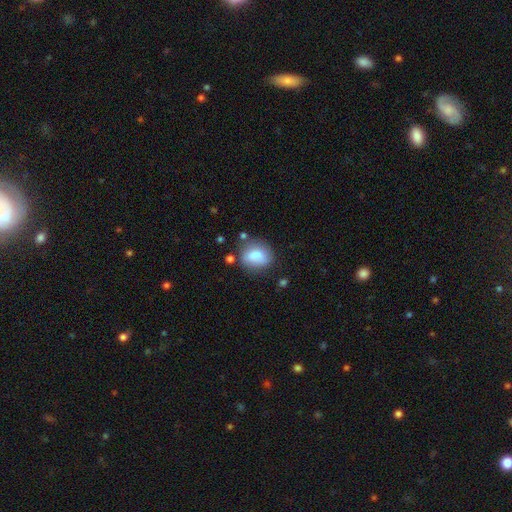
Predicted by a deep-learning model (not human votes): smooth_or_featured: smooth (p=0.79) [alt: featured or disk p=0.13]
how_rounded: in between (p=0.57) [alt: round p=0.42]
merging: none (p=0.61) [alt: minor disturbance p=0.23]